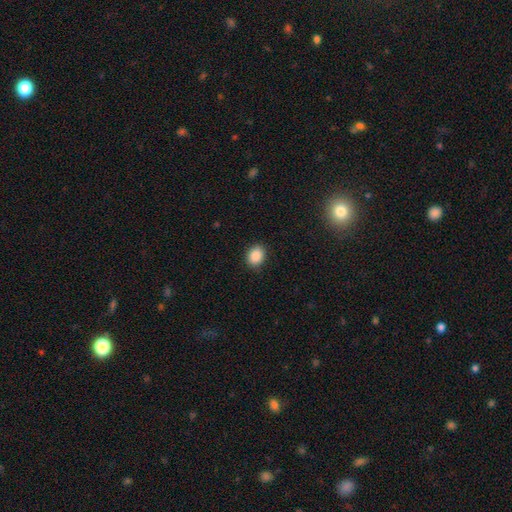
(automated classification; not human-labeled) Q: Smooth or featured?
A: smooth (88%); runner-up: star or artifact (9%)
Q: How rounded?
A: in between (51%); runner-up: round (48%)
Q: Merging?
A: none (87%); runner-up: minor disturbance (10%)